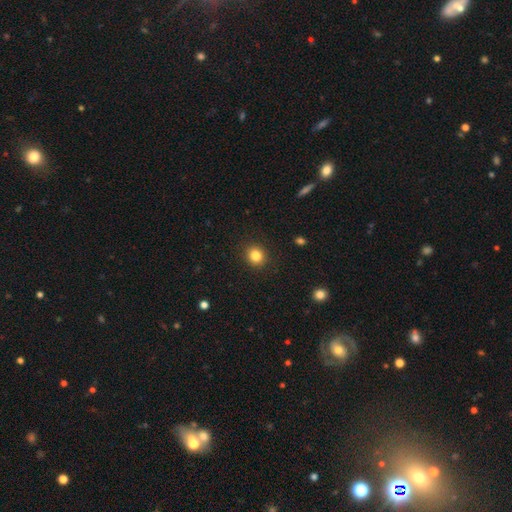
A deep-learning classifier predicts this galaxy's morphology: smooth_or_featured: smooth (p=0.83) [alt: star or artifact p=0.11]
how_rounded: round (p=0.82) [alt: in between p=0.17]
merging: none (p=0.91) [alt: minor disturbance p=0.06]